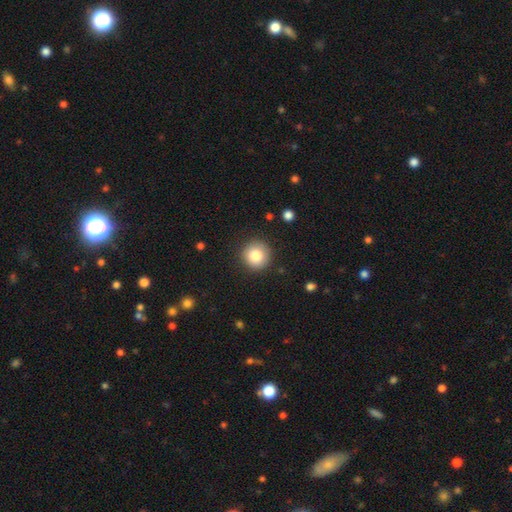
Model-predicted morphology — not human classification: This appears to be a smooth galaxy with no disk features (83%) that is round (94%). Merging: none (88%).